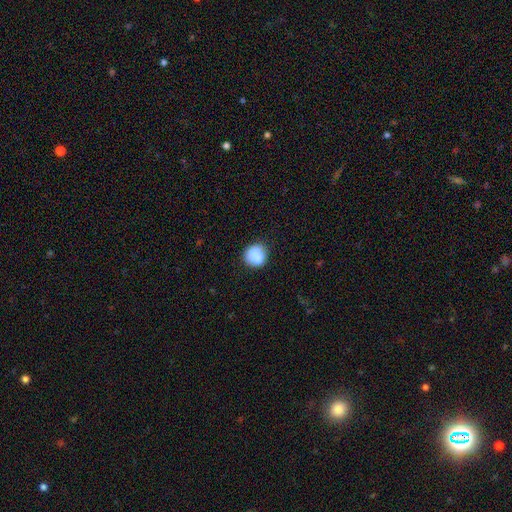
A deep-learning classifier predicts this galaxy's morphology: smooth_or_featured: smooth (p=0.80) [alt: featured or disk p=0.11]
how_rounded: round (p=0.83) [alt: in between p=0.16]
merging: none (p=0.60) [alt: minor disturbance p=0.19]